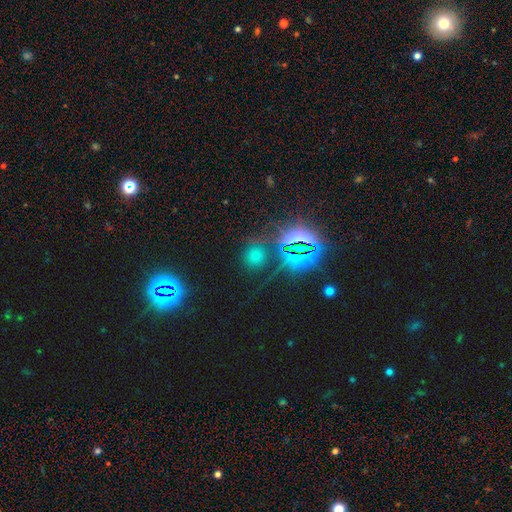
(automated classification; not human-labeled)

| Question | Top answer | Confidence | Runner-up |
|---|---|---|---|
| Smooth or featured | star or artifact | 50% | smooth (42%) |